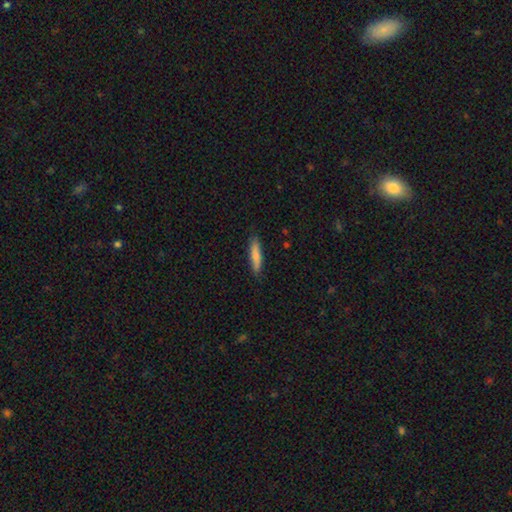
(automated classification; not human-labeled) Smooth or featured?
  - smooth: 79% *
  - featured or disk: 15%
  - star or artifact: 6%
How rounded?
  - cigar-shaped: 83% *
  - in between: 16%
  - round: 2%
Merging?
  - none: 86% *
  - minor disturbance: 11%
  - major disturbance: 2%
  - merger: 1%